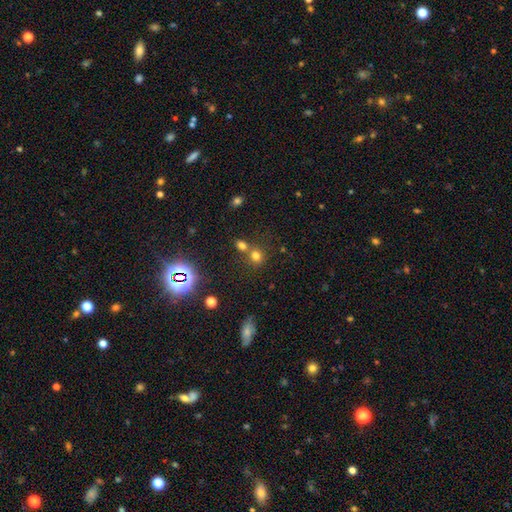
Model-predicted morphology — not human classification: smooth-or-featured: smooth: 71% | star or artifact: 21% | featured or disk: 8%
  how-rounded: round: 77% | in between: 22% | cigar-shaped: 1%
  merging: none: 51% | merger: 38% | minor disturbance: 8% | major disturbance: 4%